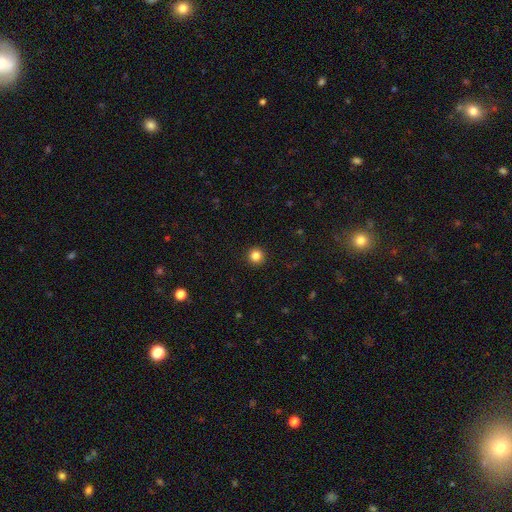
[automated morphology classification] A smooth galaxy with no disk features (84%) that is round (96%).

Vote fractions:
- Smooth or featured? smooth: 84% / star or artifact: 12% / featured or disk: 4%
- How rounded? round: 96% / in between: 3% / cigar-shaped: 1%
- Merging? none: 94% / minor disturbance: 4% / major disturbance: 2% / merger: 1%